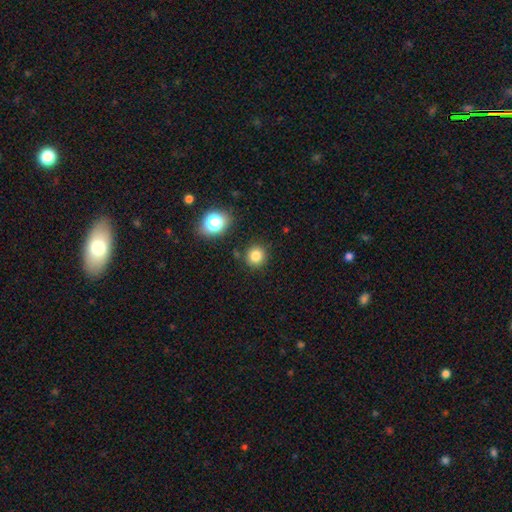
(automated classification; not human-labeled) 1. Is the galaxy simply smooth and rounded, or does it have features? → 81% smooth, 13% star or artifact, 5% featured or disk.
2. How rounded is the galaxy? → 90% round, 9% in between, 1% cigar-shaped.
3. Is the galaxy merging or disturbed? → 86% none, 7% minor disturbance, 4% merger, 3% major disturbance.